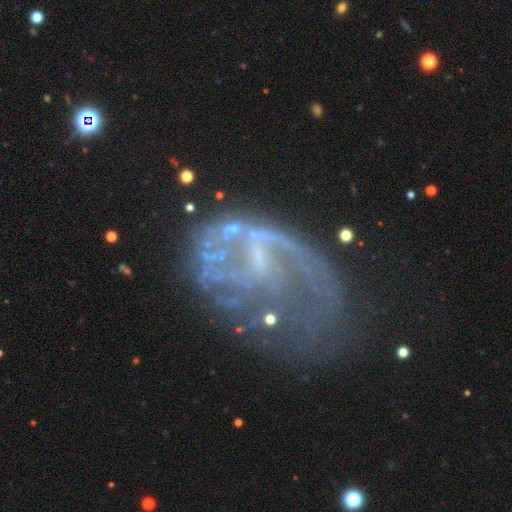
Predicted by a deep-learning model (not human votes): smooth_or_featured: featured or disk (p=0.77) [alt: star or artifact p=0.12]
disk_edge_on: no (p=0.98) [alt: yes p=0.02]
bar: no (p=0.51) [alt: weak p=0.37]
has_spiral_arms: yes (p=0.66) [alt: no p=0.34]
bulge_size: none (p=0.46) [alt: small p=0.43]
merging: major disturbance (p=0.40) [alt: none p=0.34]